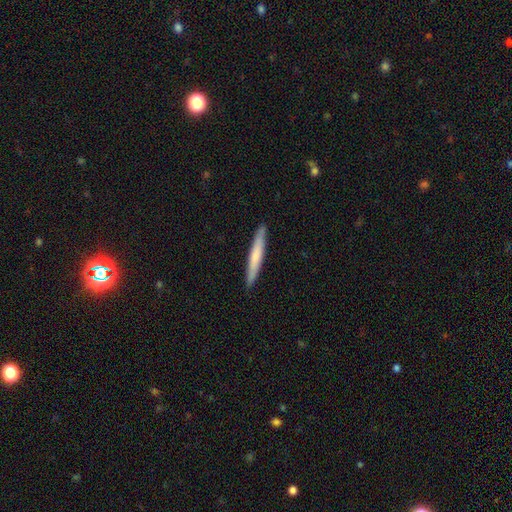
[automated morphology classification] This is likely a smooth galaxy (62%). How rounded: clearly cigar-shaped (96%). Merging: clearly none (91%).